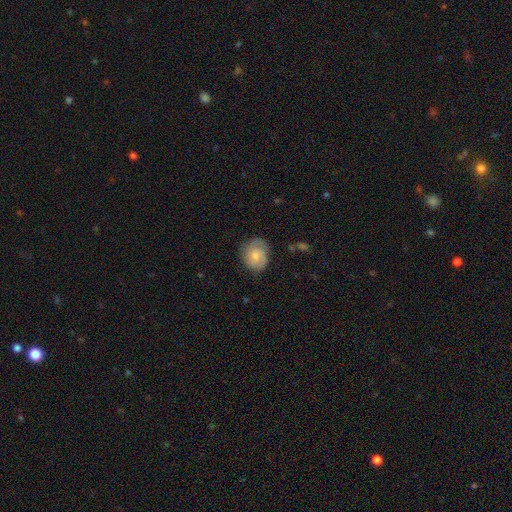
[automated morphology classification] This is possibly a smooth galaxy (56%). How rounded: likely round (61%). Merging: likely none (70%).